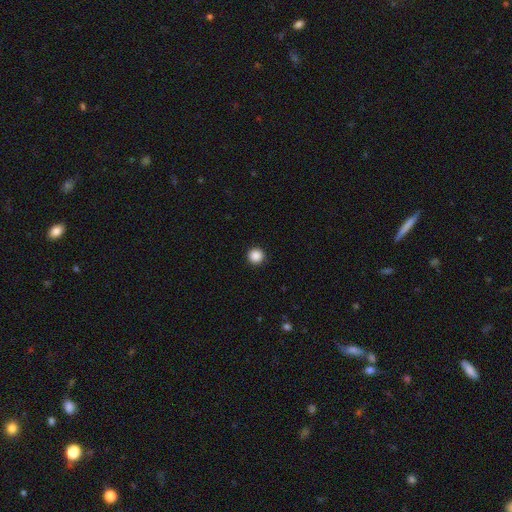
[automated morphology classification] Smooth or featured? smooth (88%)
How rounded? round (97%)
Merging? none (93%)